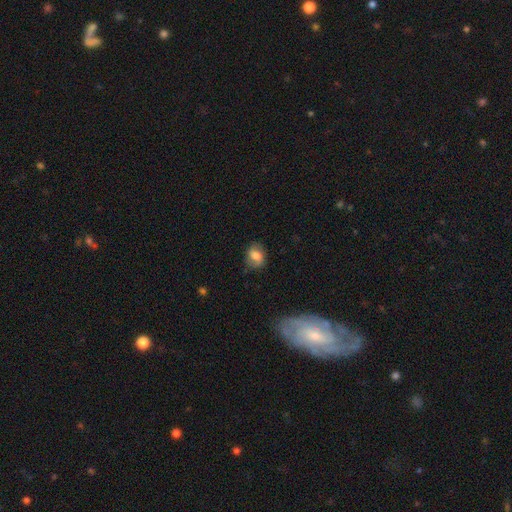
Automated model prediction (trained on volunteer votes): smooth 69%, featured or disk 23%, star or artifact 8%. Down the decision tree: how rounded — in between (59%); merging — none (72%).